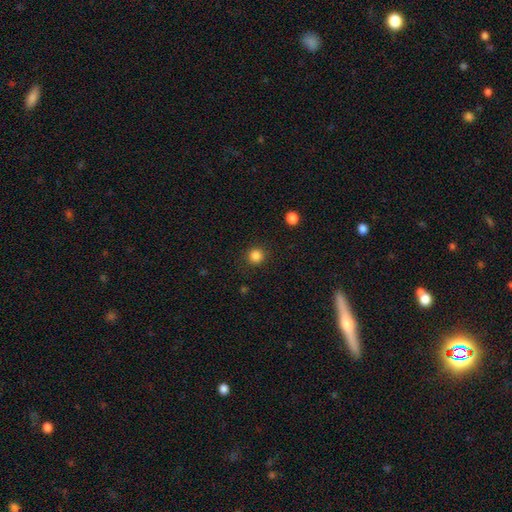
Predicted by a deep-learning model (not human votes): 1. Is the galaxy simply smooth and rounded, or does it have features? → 85% smooth, 12% star or artifact, 3% featured or disk.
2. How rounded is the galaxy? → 93% round, 6% in between, 1% cigar-shaped.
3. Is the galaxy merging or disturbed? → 89% none, 7% minor disturbance, 3% major disturbance, 1% merger.